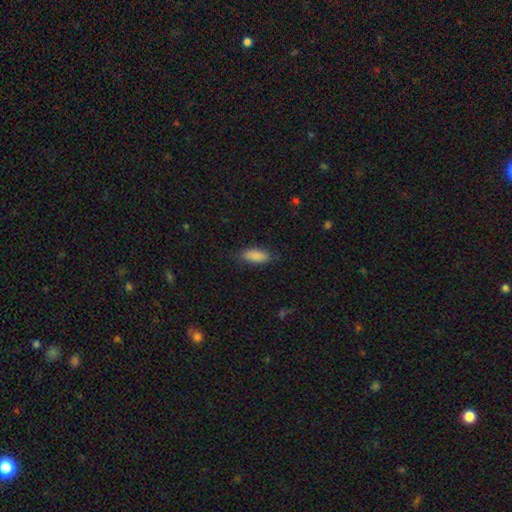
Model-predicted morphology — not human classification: Smooth or featured?
  - smooth: 88% *
  - star or artifact: 6%
  - featured or disk: 5%
How rounded?
  - in between: 79% *
  - cigar-shaped: 19%
  - round: 2%
Merging?
  - none: 83% *
  - minor disturbance: 13%
  - major disturbance: 3%
  - merger: 1%